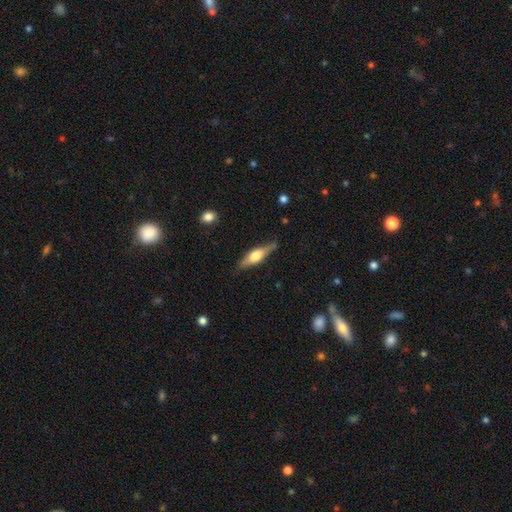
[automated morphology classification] smooth_or_featured: featured or disk (p=0.60) [alt: smooth p=0.34]
disk_edge_on: yes (p=0.94) [alt: no p=0.06]
edge_on_bulge: rounded (p=0.90) [alt: boxy p=0.08]
merging: none (p=0.82) [alt: minor disturbance p=0.14]